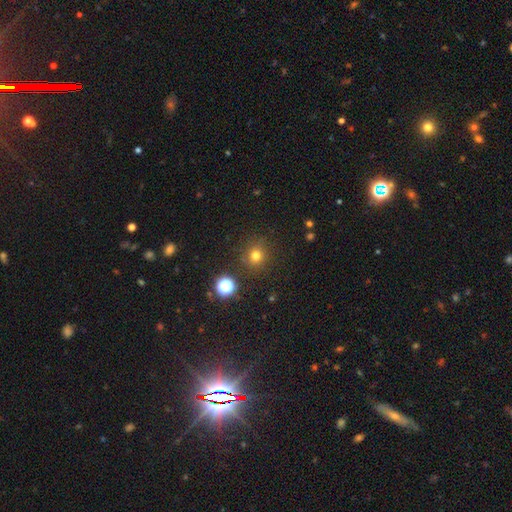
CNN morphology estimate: Smooth or featured: smooth — 74% (star or artifact — 20%)
How rounded: round — 92% (in between — 7%)
Merging: none — 87% (minor disturbance — 8%)